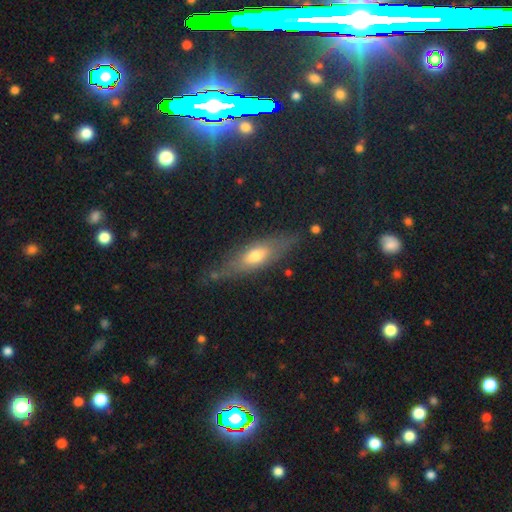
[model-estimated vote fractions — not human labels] This is possibly a smooth galaxy (48%). Merging: likely none (75%).